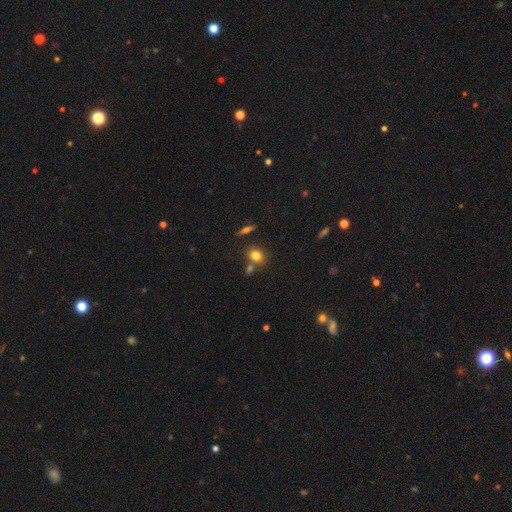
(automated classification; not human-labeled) Smooth or featured? Predicted: smooth (p=0.78). How rounded? Predicted: round (p=0.57). Merging? Predicted: none (p=0.65).